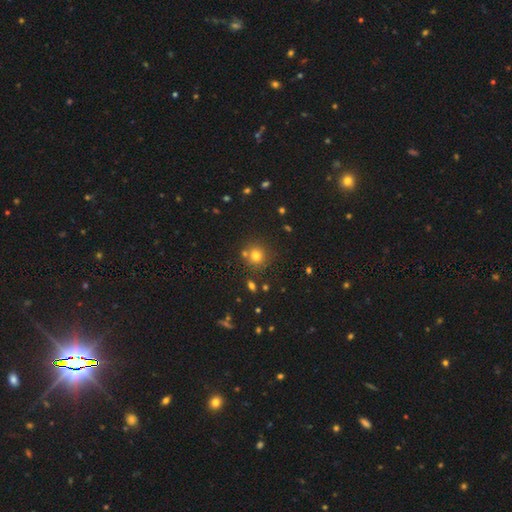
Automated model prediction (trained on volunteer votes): A smooth galaxy with no disk features (75%) that is round (90%). Merging: none (74%).